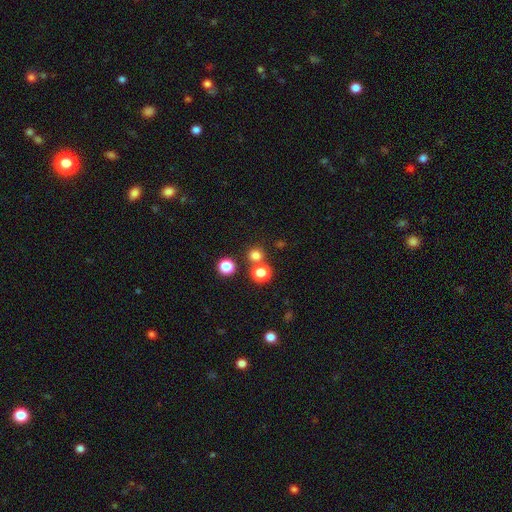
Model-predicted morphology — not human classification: type=smooth (75%); roundness=round (90%); merging=none (74%).